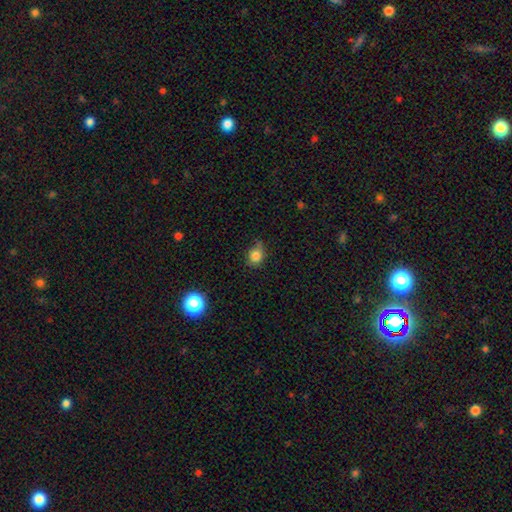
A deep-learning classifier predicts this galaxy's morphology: Smooth or featured? Predicted: smooth (p=0.82). How rounded? Predicted: round (p=0.64). Merging? Predicted: none (p=0.55).